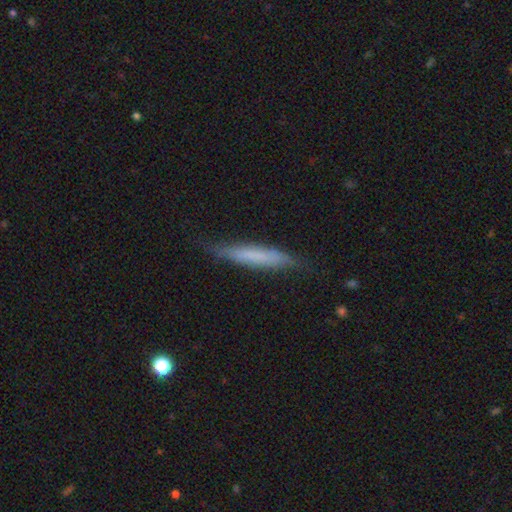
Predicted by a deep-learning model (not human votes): Smooth or featured: smooth — 62% (featured or disk — 31%)
How rounded: cigar-shaped — 92% (in between — 6%)
Merging: none — 78% (minor disturbance — 17%)